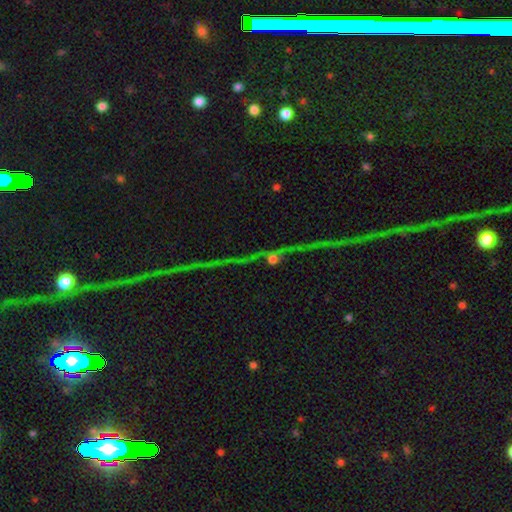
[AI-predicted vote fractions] Q: Smooth or featured?
A: star or artifact (67%); runner-up: featured or disk (23%)